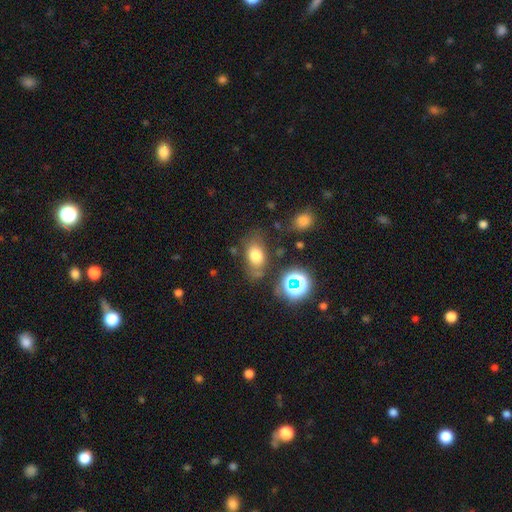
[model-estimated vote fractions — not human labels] This is likely a smooth galaxy (71%). How rounded: likely in between (80%). Merging: likely none (66%).